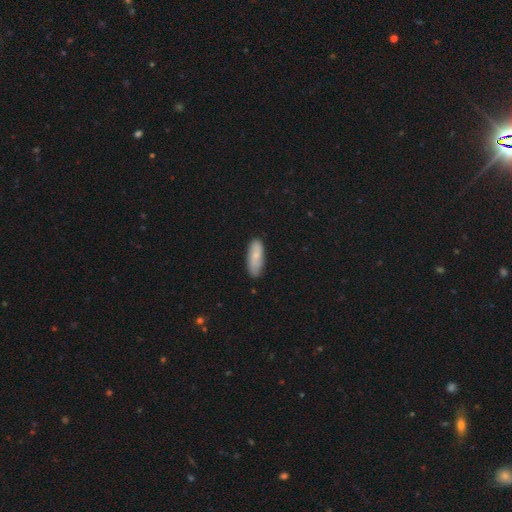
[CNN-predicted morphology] smooth_or_featured: smooth (p=0.73) [alt: featured or disk p=0.22]
how_rounded: in between (p=0.71) [alt: cigar-shaped p=0.27]
merging: none (p=0.80) [alt: minor disturbance p=0.16]